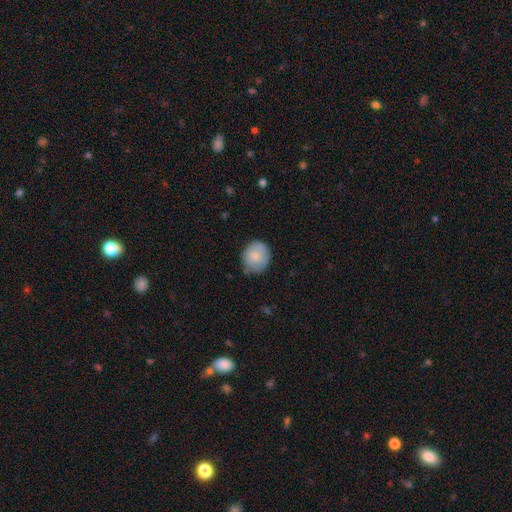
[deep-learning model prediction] smooth_or_featured: smooth (p=0.78) [alt: featured or disk p=0.15]
how_rounded: round (p=0.77) [alt: in between p=0.22]
merging: none (p=0.75) [alt: minor disturbance p=0.20]